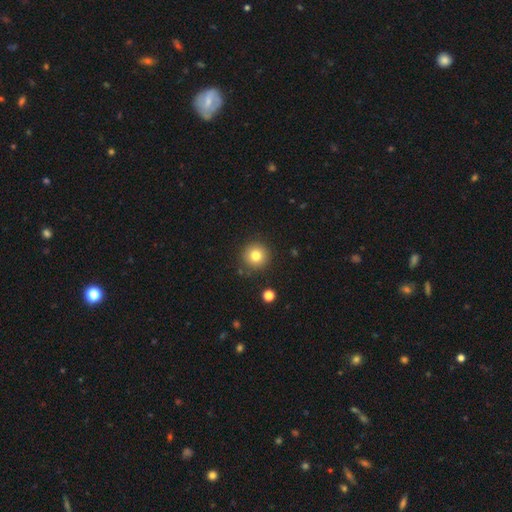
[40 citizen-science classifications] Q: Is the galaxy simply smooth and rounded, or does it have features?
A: smooth — 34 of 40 (85%).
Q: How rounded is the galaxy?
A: round — 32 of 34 (94%).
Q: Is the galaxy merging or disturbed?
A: none — 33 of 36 (92%).